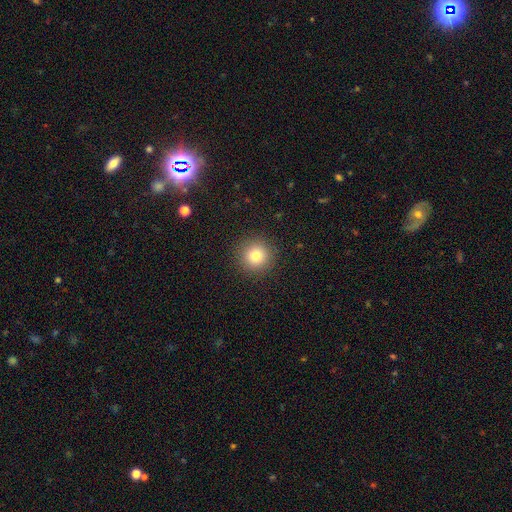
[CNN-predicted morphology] A smooth galaxy with no disk features (80%) that is round (95%). Merging: none (91%).